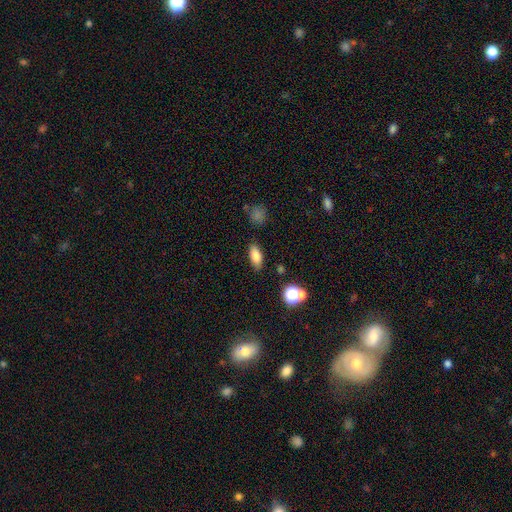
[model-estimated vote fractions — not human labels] Smooth or featured? Predicted: smooth (p=0.79). How rounded? Predicted: in between (p=0.80). Merging? Predicted: none (p=0.85).